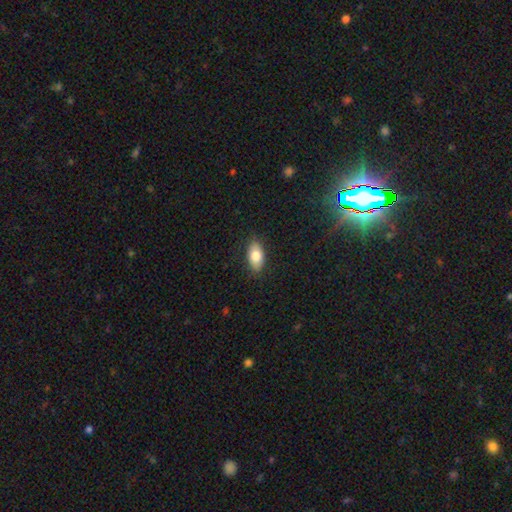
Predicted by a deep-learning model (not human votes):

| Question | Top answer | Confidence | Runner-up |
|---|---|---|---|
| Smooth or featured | smooth | 80% | featured or disk (13%) |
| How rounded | in between | 91% | cigar-shaped (5%) |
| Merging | none | 87% | minor disturbance (10%) |